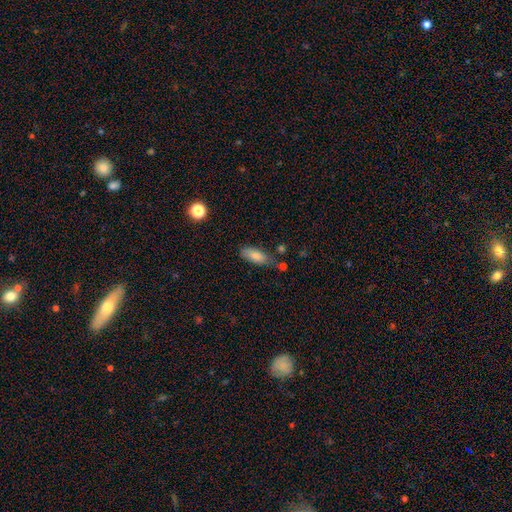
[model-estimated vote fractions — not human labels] Smooth or featured? Predicted: smooth (p=0.82). How rounded? Predicted: in between (p=0.76). Merging? Predicted: none (p=0.60).